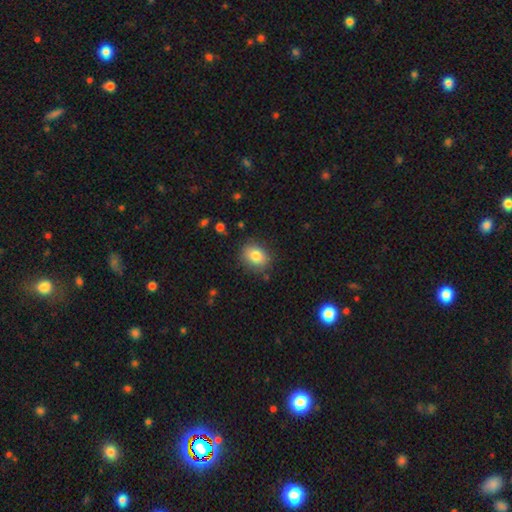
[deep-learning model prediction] Smooth or featured: smooth — 83% (star or artifact — 9%)
How rounded: in between — 51% (round — 48%)
Merging: none — 83% (minor disturbance — 12%)